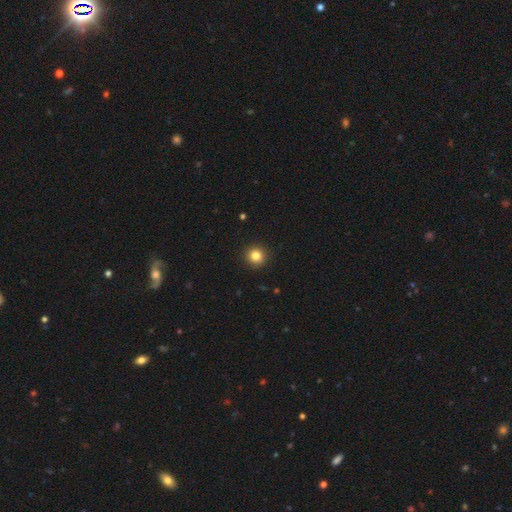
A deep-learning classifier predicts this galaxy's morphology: Smooth or featured? smooth (83%)
How rounded? round (94%)
Merging? none (93%)